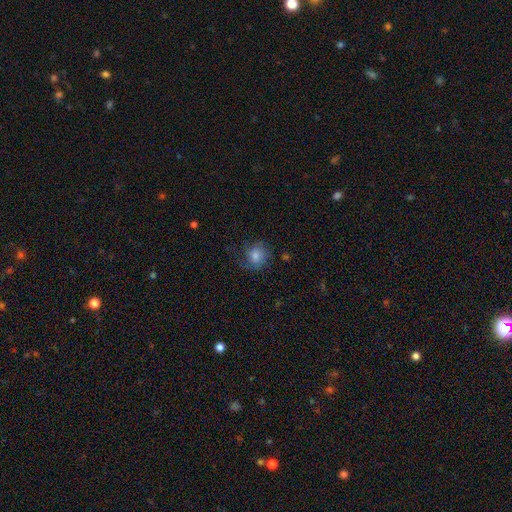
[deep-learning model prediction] Smooth or featured?
  - smooth: 59% *
  - featured or disk: 29%
  - star or artifact: 12%
How rounded?
  - round: 82% *
  - in between: 17%
  - cigar-shaped: 1%
Merging?
  - none: 63% *
  - minor disturbance: 21%
  - major disturbance: 14%
  - merger: 2%